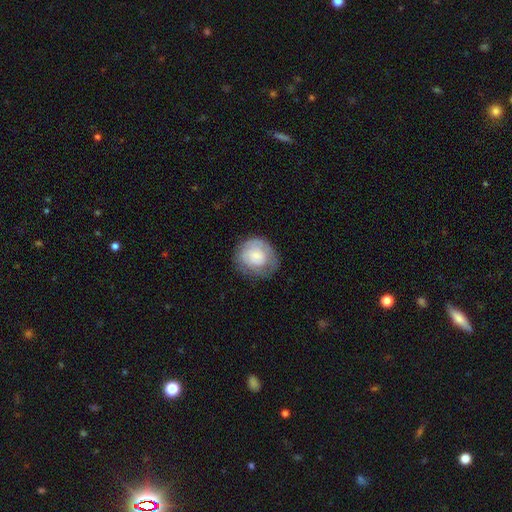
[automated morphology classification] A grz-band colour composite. It shows a smooth galaxy with no disk features (50%). Merging: none (67%).